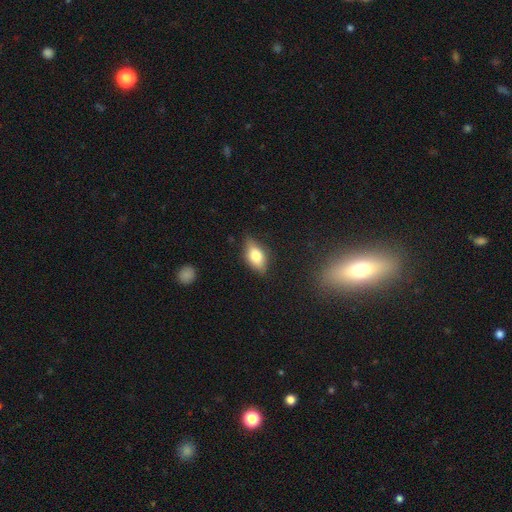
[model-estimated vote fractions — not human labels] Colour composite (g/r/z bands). It shows a smooth galaxy with no disk features (68%) that is in between round and cigar-shaped (84%). Merging: none (79%).